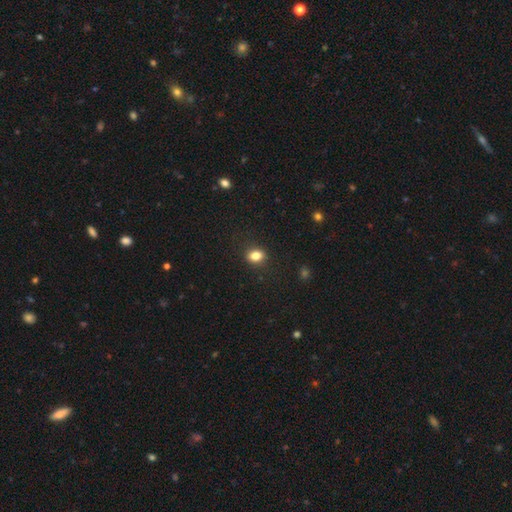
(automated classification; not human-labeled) A smooth galaxy with no disk features (84%) that is in between round and cigar-shaped (62%).

Vote fractions:
- Smooth or featured? smooth: 84% / star or artifact: 11% / featured or disk: 6%
- How rounded? in between: 62% / round: 36% / cigar-shaped: 2%
- Merging? none: 87% / minor disturbance: 9% / major disturbance: 2% / merger: 1%